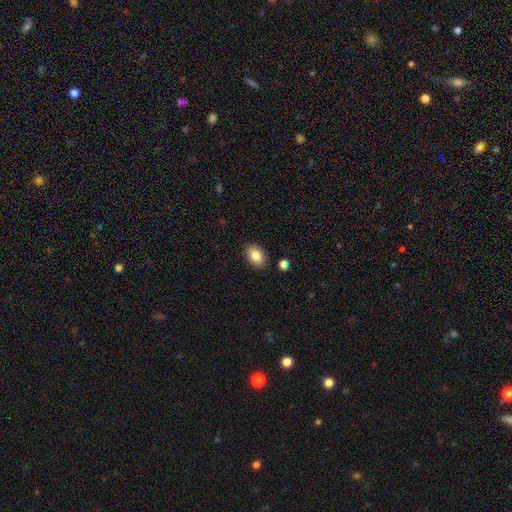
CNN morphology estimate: This is clearly a smooth galaxy (84%). How rounded: clearly in between (81%). Merging: clearly none (86%).